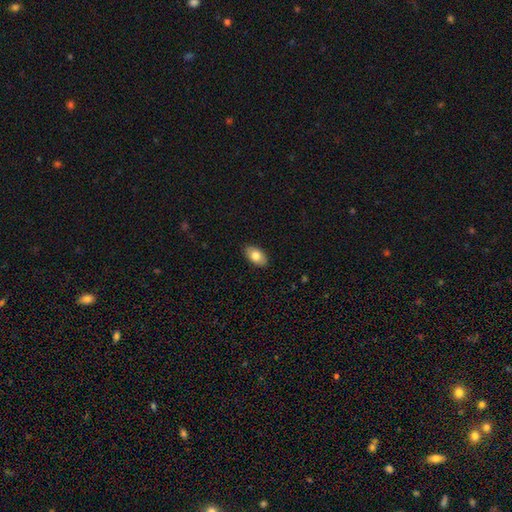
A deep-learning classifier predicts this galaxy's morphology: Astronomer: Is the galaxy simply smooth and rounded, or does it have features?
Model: smooth — 80%.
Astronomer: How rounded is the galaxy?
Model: in between — 93%.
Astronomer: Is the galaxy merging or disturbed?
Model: none — 88%.